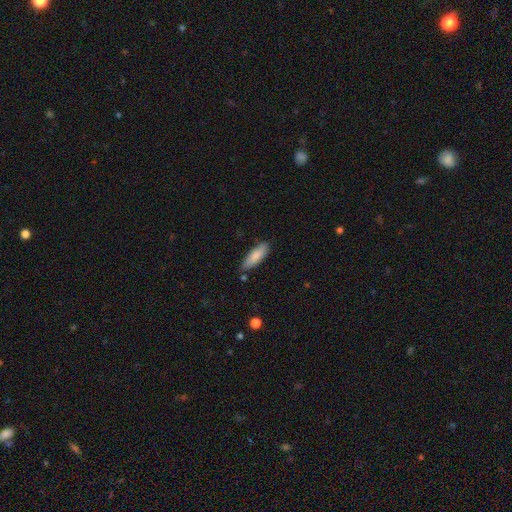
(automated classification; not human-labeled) Q: Smooth or featured?
A: smooth (83%); runner-up: featured or disk (11%)
Q: How rounded?
A: in between (52%); runner-up: cigar-shaped (46%)
Q: Merging?
A: none (79%); runner-up: minor disturbance (16%)